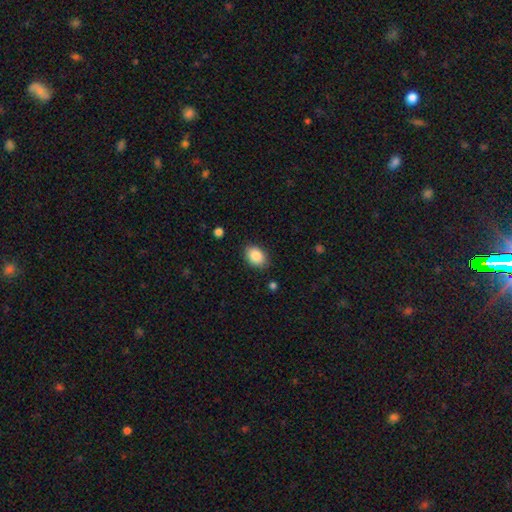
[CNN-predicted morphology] smooth-or-featured: smooth: 88% | star or artifact: 7% | featured or disk: 5%
  how-rounded: in between: 78% | round: 21% | cigar-shaped: 1%
  merging: none: 85% | minor disturbance: 11% | major disturbance: 3% | merger: 1%